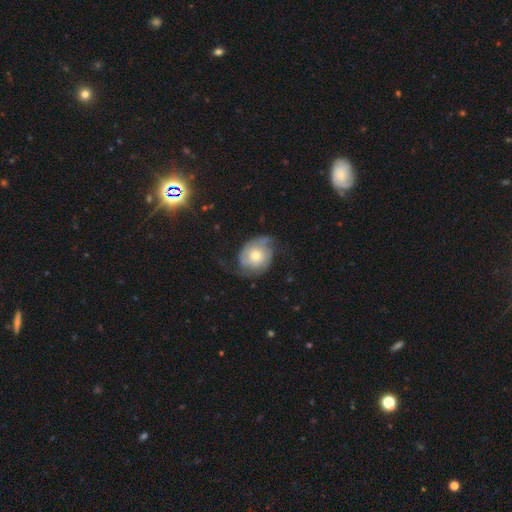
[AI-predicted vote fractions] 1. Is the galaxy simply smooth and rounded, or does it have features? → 70% featured or disk, 24% smooth, 6% star or artifact.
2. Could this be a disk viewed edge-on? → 97% no, 3% yes.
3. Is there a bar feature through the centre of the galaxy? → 78% no, 18% weak, 4% strong.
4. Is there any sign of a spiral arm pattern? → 90% yes, 10% no.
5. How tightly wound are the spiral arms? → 37% medium, 35% tight, 29% loose.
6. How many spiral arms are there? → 73% 2, 12% can't tell, 6% 3, 5% 1, 2% 4, 2% more than 4.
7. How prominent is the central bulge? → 47% moderate, 45% small, 5% large, 2% none, 2% dominant.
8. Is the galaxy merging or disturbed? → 58% none, 22% minor disturbance, 18% major disturbance, 2% merger.